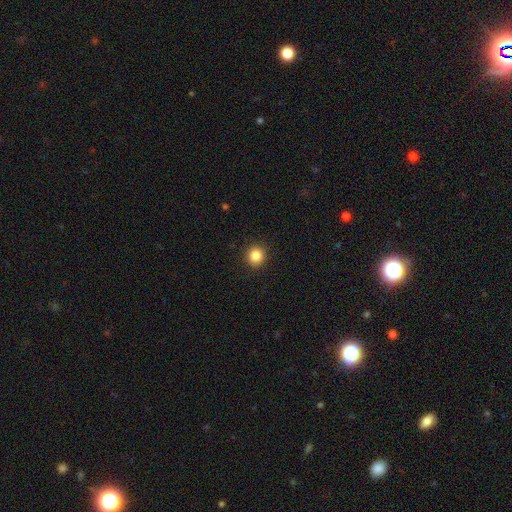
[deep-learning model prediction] smooth 85%, star or artifact 11%, featured or disk 4%. Down the decision tree: how rounded — round (93%); merging — none (93%).